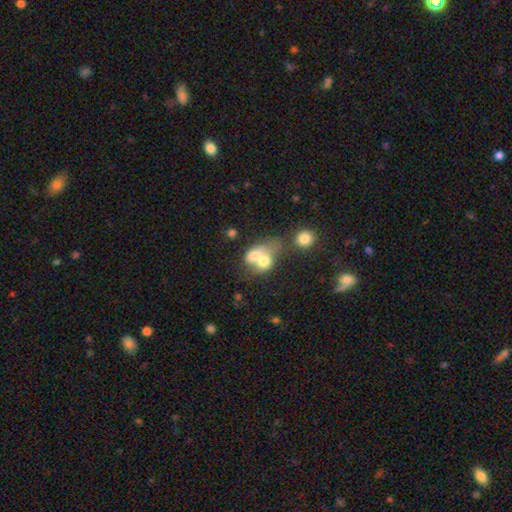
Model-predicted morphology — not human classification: smooth_or_featured: smooth (p=0.63) [alt: featured or disk p=0.26]
how_rounded: in between (p=0.61) [alt: round p=0.37]
merging: merger (p=0.70) [alt: none p=0.15]